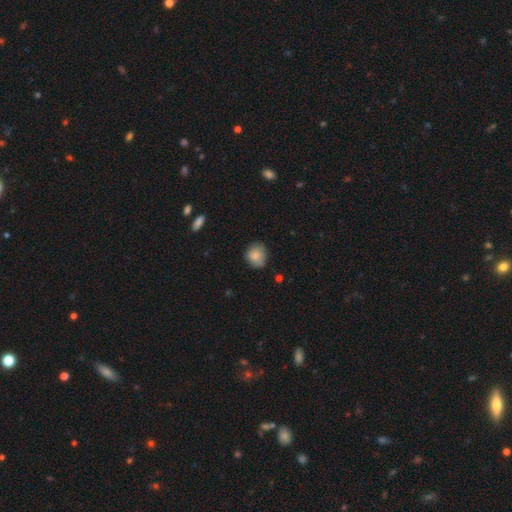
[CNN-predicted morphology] smooth-or-featured: smooth: 81% | featured or disk: 10% | star or artifact: 8%
  how-rounded: round: 74% | in between: 25% | cigar-shaped: 1%
  merging: none: 68% | minor disturbance: 26% | major disturbance: 4% | merger: 1%